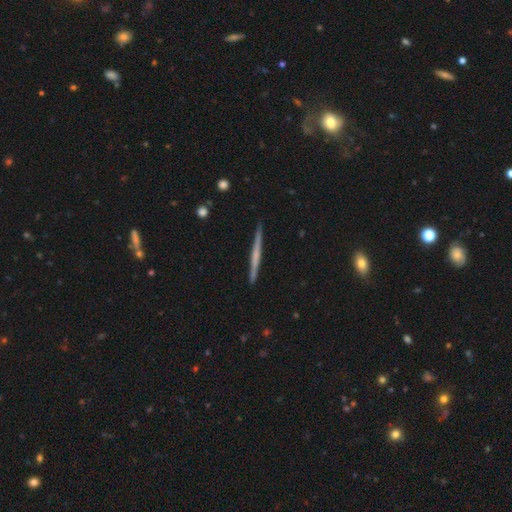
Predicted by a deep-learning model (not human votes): Smooth or featured?
  - featured or disk: 57% *
  - smooth: 37%
  - star or artifact: 6%
Edge-on disk?
  - yes: 98% *
  - no: 2%
Edge-on bulge?
  - none: 71% *
  - rounded: 20%
  - boxy: 8%
Merging?
  - none: 91% *
  - minor disturbance: 6%
  - major disturbance: 1%
  - merger: 1%